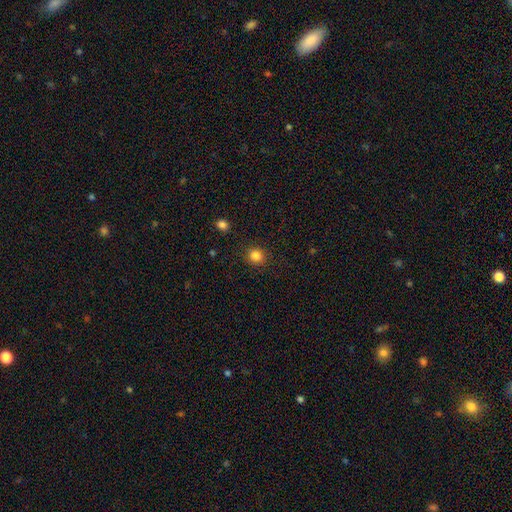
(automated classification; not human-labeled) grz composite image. It shows a smooth galaxy with no disk features (84%) that is round (85%). Merging: none (89%).